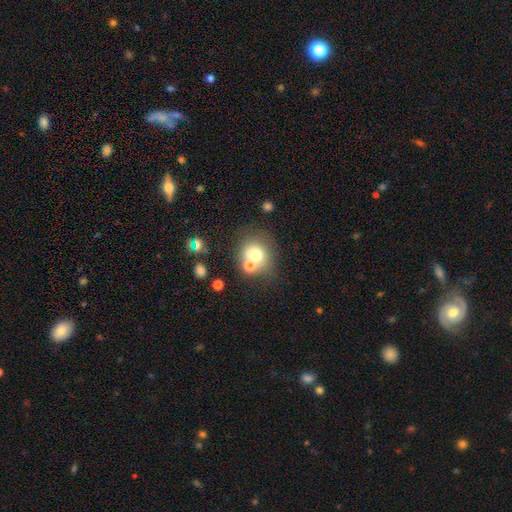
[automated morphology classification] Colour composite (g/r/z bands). It shows a smooth galaxy with no disk features (68%) that is round (80%). Merging: none (48%).